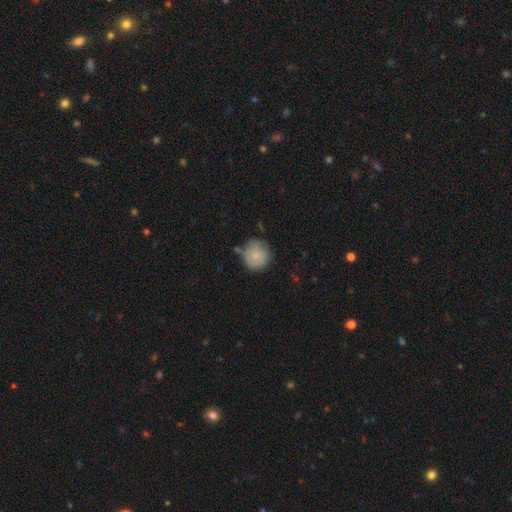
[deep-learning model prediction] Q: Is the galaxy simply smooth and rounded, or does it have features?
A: smooth — 81%.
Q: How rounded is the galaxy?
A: round — 93%.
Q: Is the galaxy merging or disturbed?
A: none — 69%.